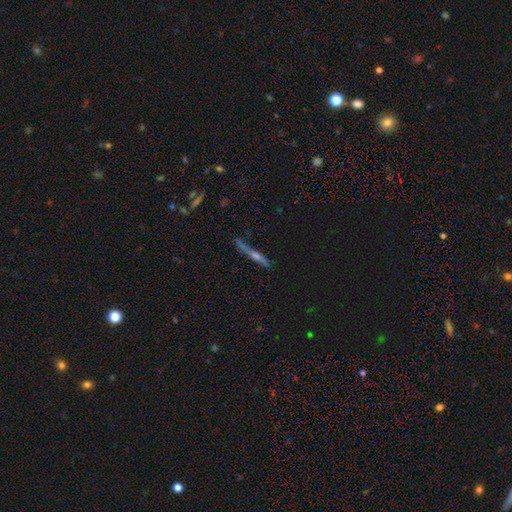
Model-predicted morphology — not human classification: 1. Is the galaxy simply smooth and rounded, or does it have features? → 59% featured or disk, 26% smooth, 15% star or artifact.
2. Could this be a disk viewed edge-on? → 91% yes, 9% no.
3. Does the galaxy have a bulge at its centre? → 72% rounded, 18% none, 9% boxy.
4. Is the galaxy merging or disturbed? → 74% none, 17% minor disturbance, 5% major disturbance, 3% merger.